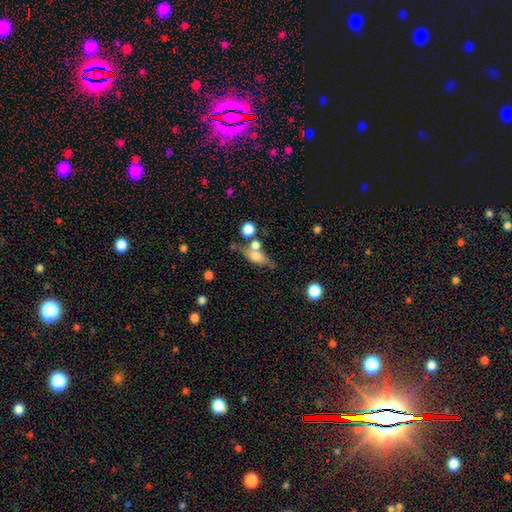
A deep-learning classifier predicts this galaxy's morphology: smooth 61%, featured or disk 30%, star or artifact 9%. Down the decision tree: how rounded — in between (65%); merging — none (52%).